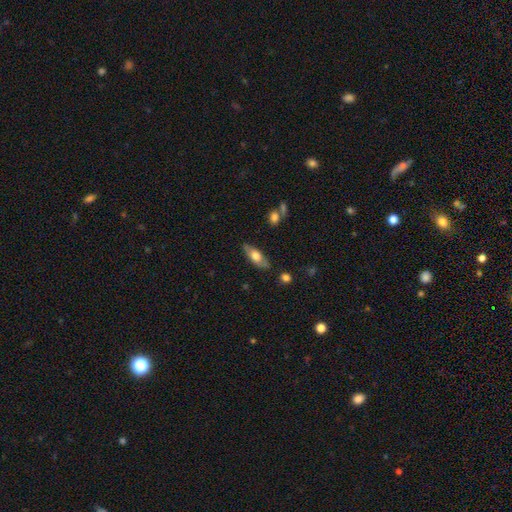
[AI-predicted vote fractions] Smooth or featured? smooth (62%)
How rounded? in between (70%)
Merging? none (80%)